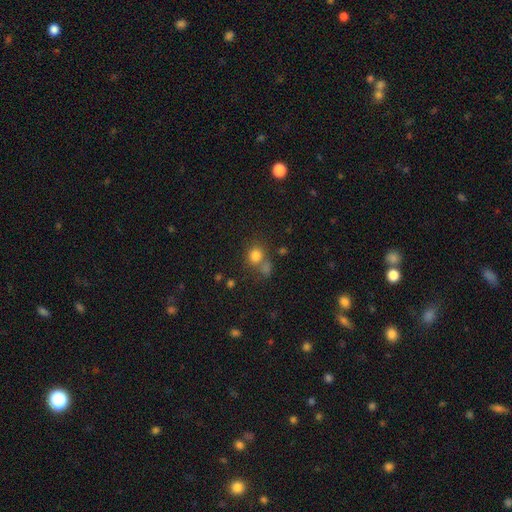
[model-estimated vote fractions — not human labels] Smooth or featured: smooth — 80% (star or artifact — 13%)
How rounded: round — 80% (in between — 19%)
Merging: none — 53% (merger — 30%)